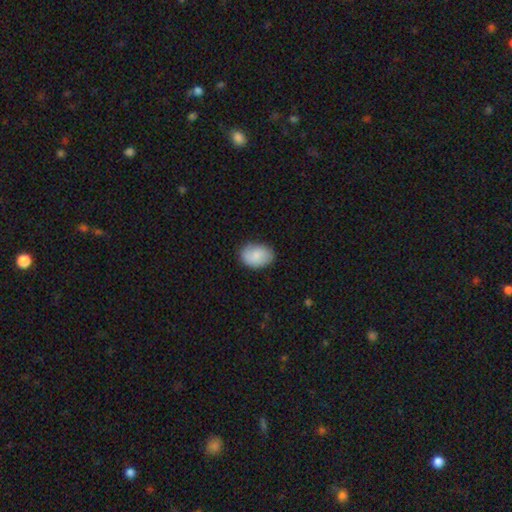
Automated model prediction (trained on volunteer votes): smooth-or-featured: smooth: 82% | featured or disk: 11% | star or artifact: 6%
  how-rounded: in between: 78% | round: 21% | cigar-shaped: 1%
  merging: none: 80% | minor disturbance: 16% | major disturbance: 3% | merger: 1%